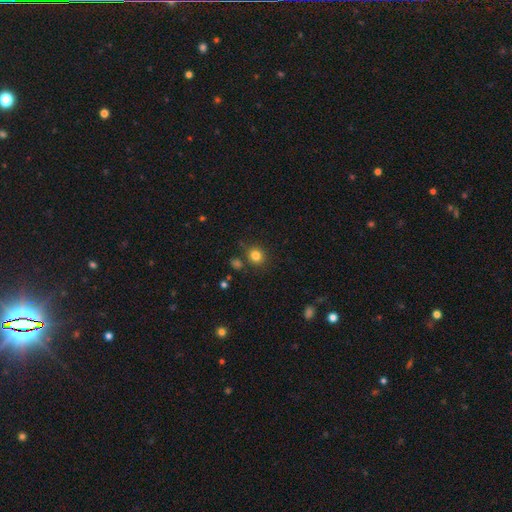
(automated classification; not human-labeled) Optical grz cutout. It shows a smooth galaxy with no disk features (81%) that is round (86%). Merging: none (82%).